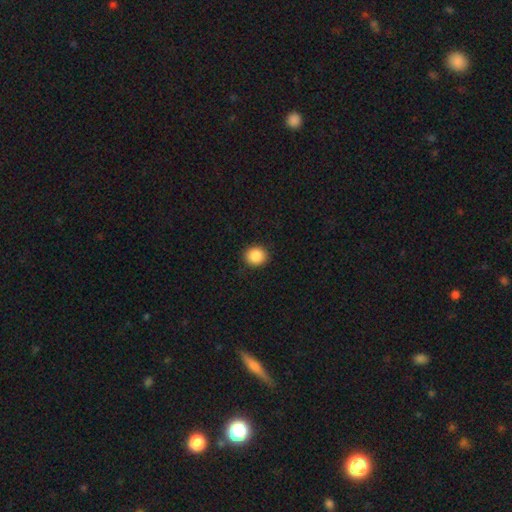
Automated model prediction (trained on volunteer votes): Smooth or featured? Predicted: smooth (p=0.87). How rounded? Predicted: round (p=0.85). Merging? Predicted: none (p=0.91).